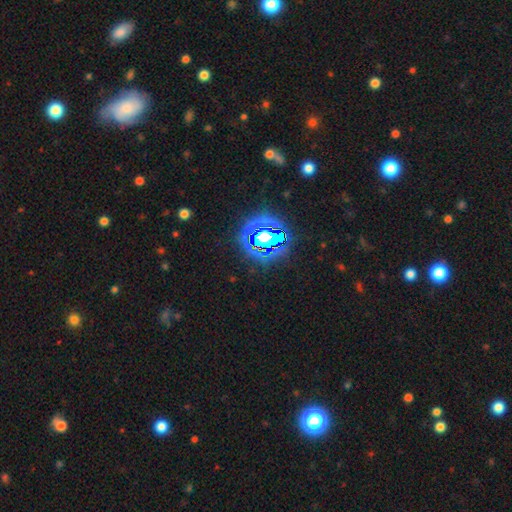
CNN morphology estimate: This is clearly a star or artifact rather than a galaxy (82%).